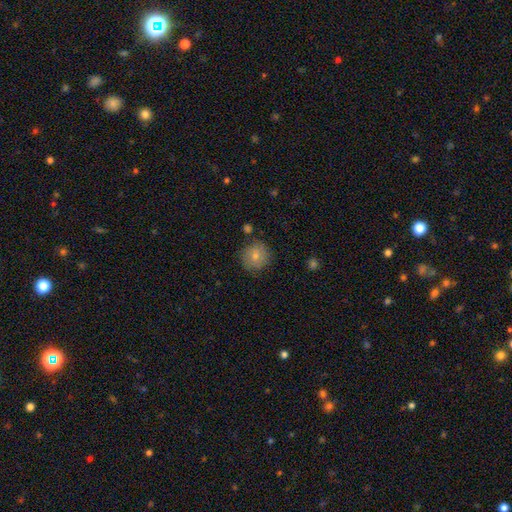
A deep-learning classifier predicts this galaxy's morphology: smooth 78%, featured or disk 13%, star or artifact 8%. Down the decision tree: how rounded — round (90%); merging — none (80%).